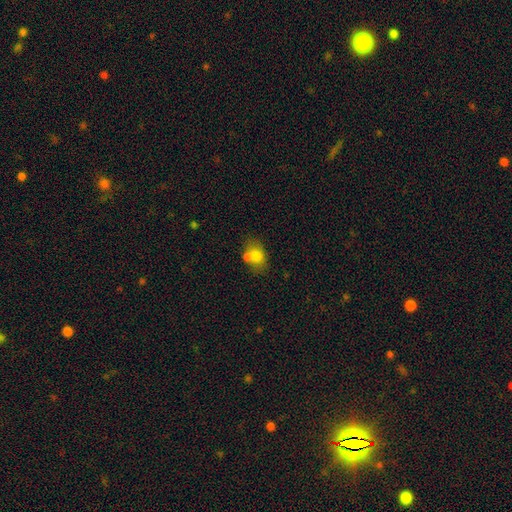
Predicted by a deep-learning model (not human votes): Overall: smooth (76%). How rounded: in between (65%; round 34%). Merging: none (47%; merger 30%).